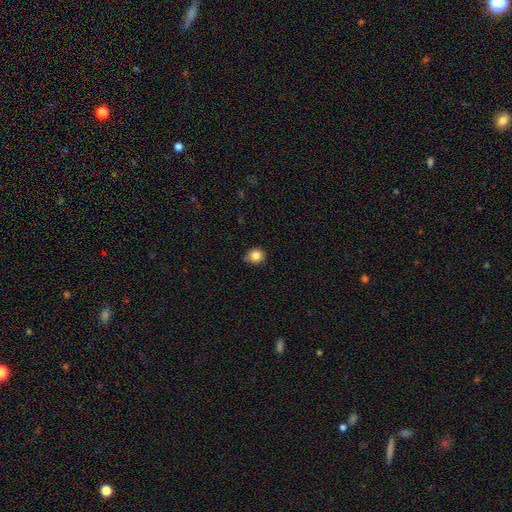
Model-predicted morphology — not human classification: A smooth galaxy with no disk features (83%) that is round (86%). Merging: none (74%).